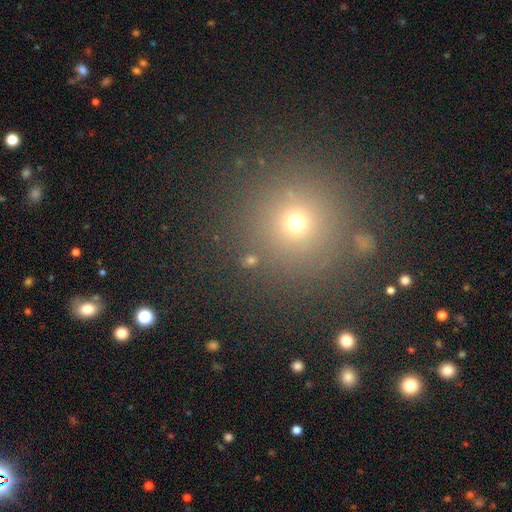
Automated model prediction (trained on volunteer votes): This appears to be a smooth galaxy with no disk features (60%) that is round (95%). Merging: none (88%).